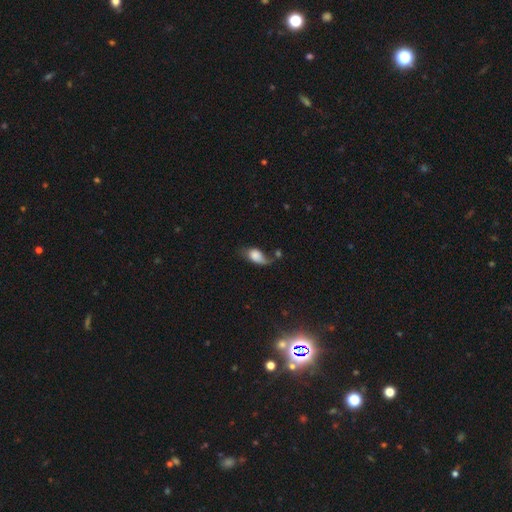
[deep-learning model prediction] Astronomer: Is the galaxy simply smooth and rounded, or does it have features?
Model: smooth — 68%.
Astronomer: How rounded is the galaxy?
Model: in between — 84%.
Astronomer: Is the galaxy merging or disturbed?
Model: major disturbance — 32% (runner-up: minor disturbance, 28%).